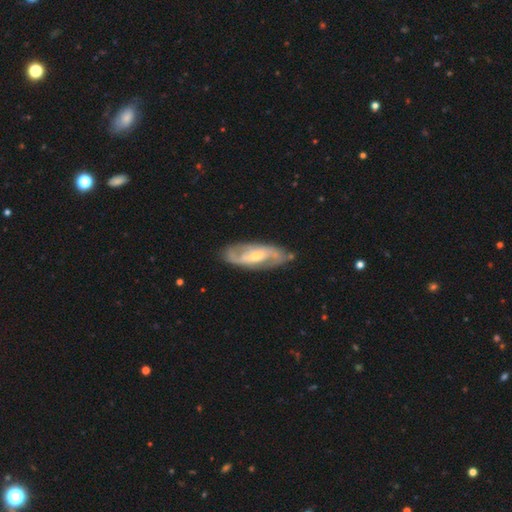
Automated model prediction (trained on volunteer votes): Smooth or featured? Predicted: featured or disk (p=0.80). Edge-on disk? Predicted: no (p=0.90). Bar? Predicted: weak (p=0.42). Spiral arms? Predicted: yes (p=0.90). Spiral winding? Predicted: medium (p=0.47). Spiral arm count? Predicted: 2 (p=0.83). Bulge size? Predicted: small (p=0.56). Merging? Predicted: none (p=0.79).